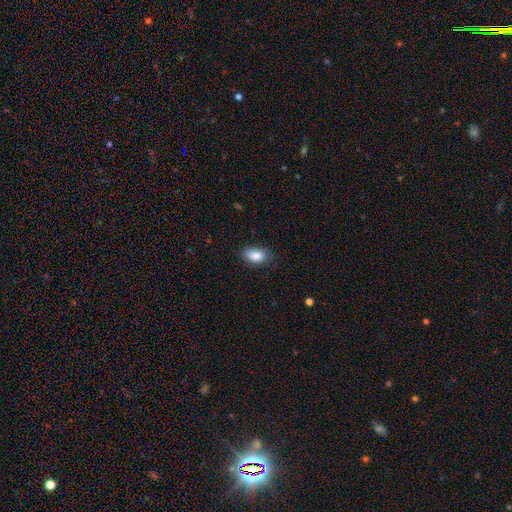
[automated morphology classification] smooth-or-featured: smooth: 86% | star or artifact: 7% | featured or disk: 7%
  how-rounded: in between: 91% | round: 7% | cigar-shaped: 2%
  merging: none: 80% | minor disturbance: 16% | major disturbance: 3% | merger: 1%